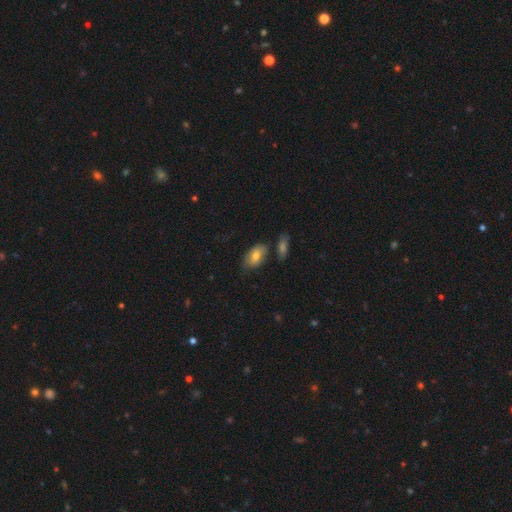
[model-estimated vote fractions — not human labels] Smooth or featured? smooth (73%)
How rounded? in between (91%)
Merging? none (63%)